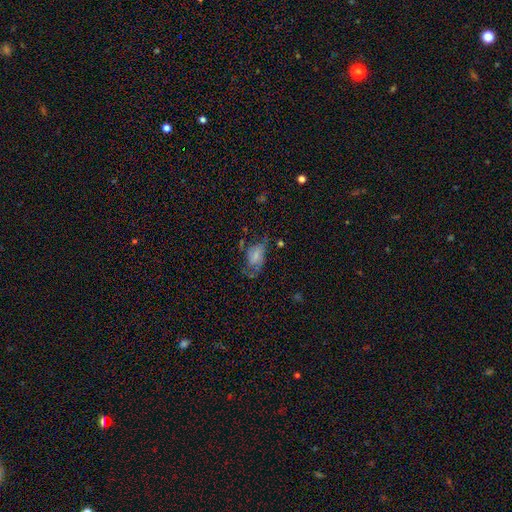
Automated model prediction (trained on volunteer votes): Smooth or featured? Predicted: smooth (p=0.50). Merging? Predicted: none (p=0.35).